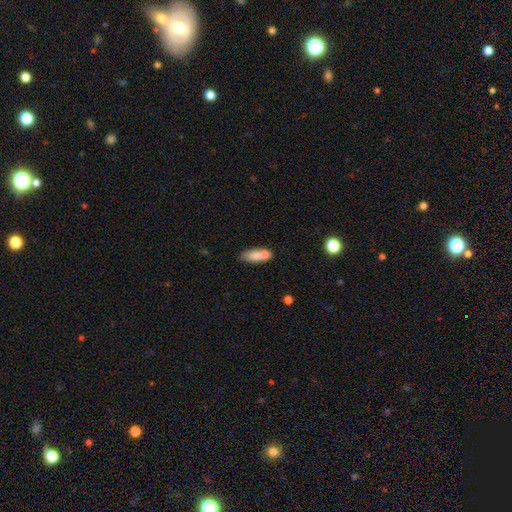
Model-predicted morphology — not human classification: smooth_or_featured: smooth (p=0.73) [alt: featured or disk p=0.19]
how_rounded: in between (p=0.66) [alt: cigar-shaped p=0.30]
merging: none (p=0.43) [alt: merger p=0.35]